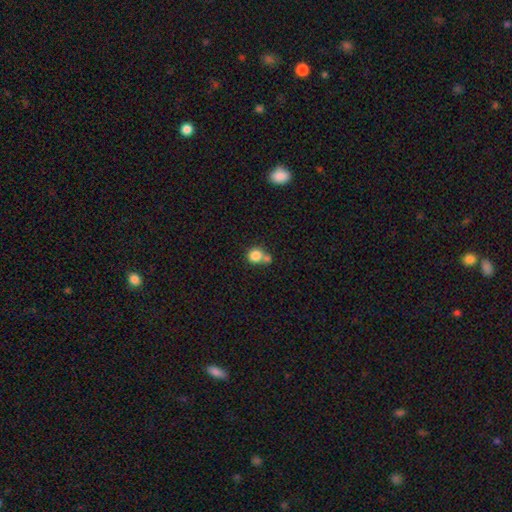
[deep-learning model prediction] smooth_or_featured: smooth (p=0.83) [alt: star or artifact p=0.10]
how_rounded: round (p=0.88) [alt: in between p=0.11]
merging: none (p=0.47) [alt: merger p=0.40]